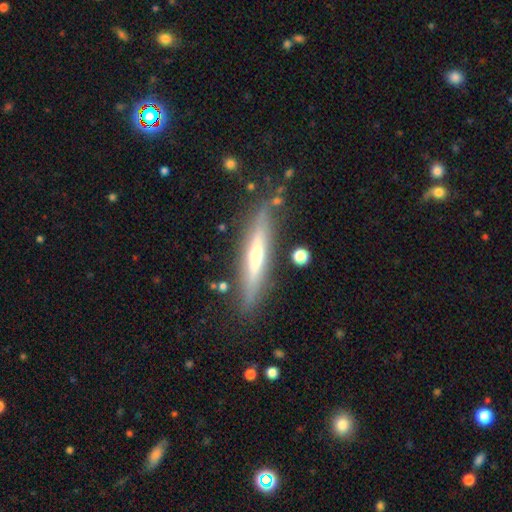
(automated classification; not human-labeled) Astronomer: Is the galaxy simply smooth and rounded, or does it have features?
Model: featured or disk — 62%.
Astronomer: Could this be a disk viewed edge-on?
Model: yes — 88%.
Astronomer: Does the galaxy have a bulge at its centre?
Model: rounded — 79%.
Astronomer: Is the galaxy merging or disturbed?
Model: none — 81%.